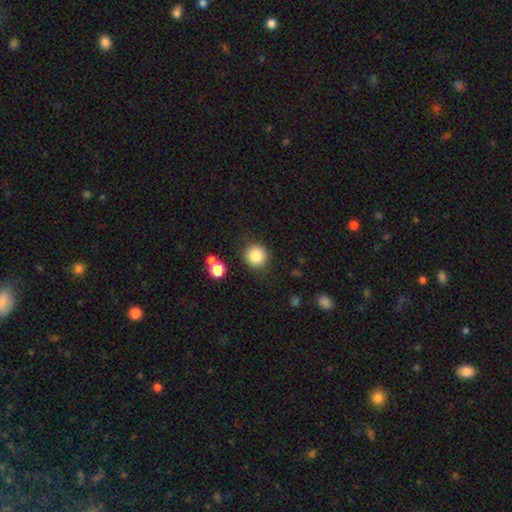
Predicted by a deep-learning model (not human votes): Smooth or featured?
  - smooth: 84% *
  - star or artifact: 10%
  - featured or disk: 5%
How rounded?
  - round: 90% *
  - in between: 9%
  - cigar-shaped: 1%
Merging?
  - none: 84% *
  - minor disturbance: 9%
  - merger: 4%
  - major disturbance: 3%